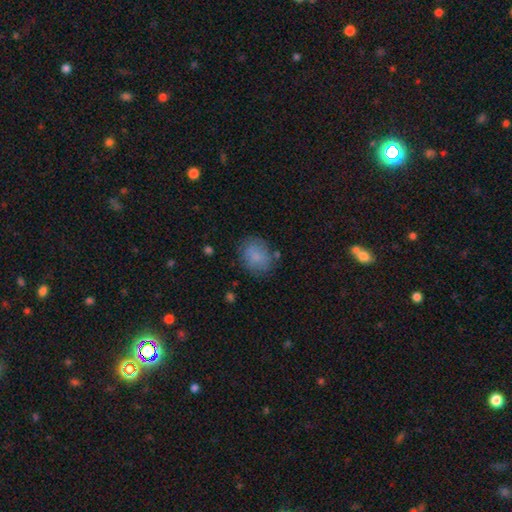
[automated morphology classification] A smooth galaxy with no disk features (79%) that is round (53%).

Vote fractions:
- Smooth or featured? smooth: 79% / featured or disk: 12% / star or artifact: 9%
- How rounded? round: 53% / in between: 46% / cigar-shaped: 1%
- Merging? none: 73% / minor disturbance: 18% / major disturbance: 6% / merger: 3%